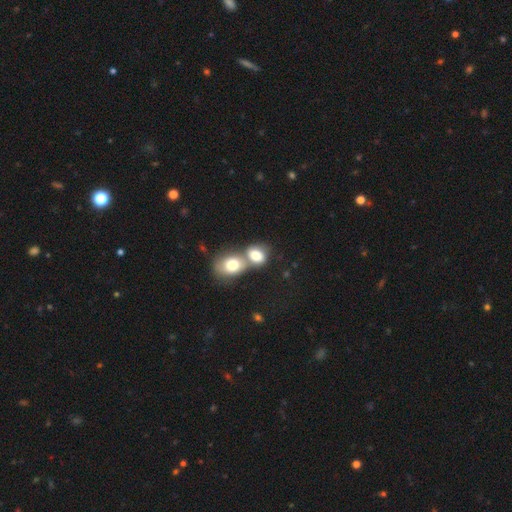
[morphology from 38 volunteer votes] Smooth or featured? 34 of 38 (89%) said smooth. How rounded? 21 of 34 (62%) said in between. Merging? 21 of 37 (57%) said merger.